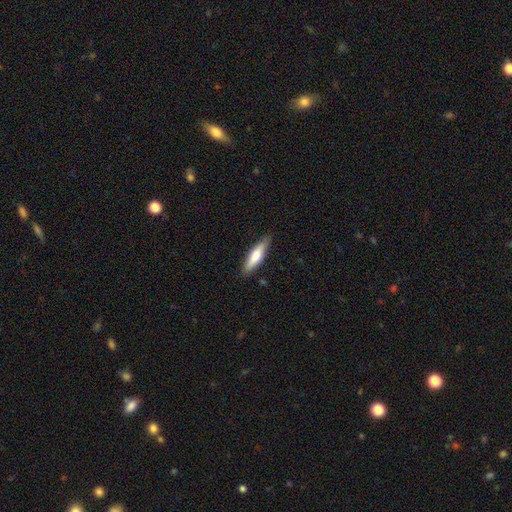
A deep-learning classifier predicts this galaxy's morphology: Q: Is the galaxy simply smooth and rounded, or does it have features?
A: smooth — 67%.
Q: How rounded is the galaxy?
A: cigar-shaped — 70%.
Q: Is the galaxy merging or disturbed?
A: none — 85%.